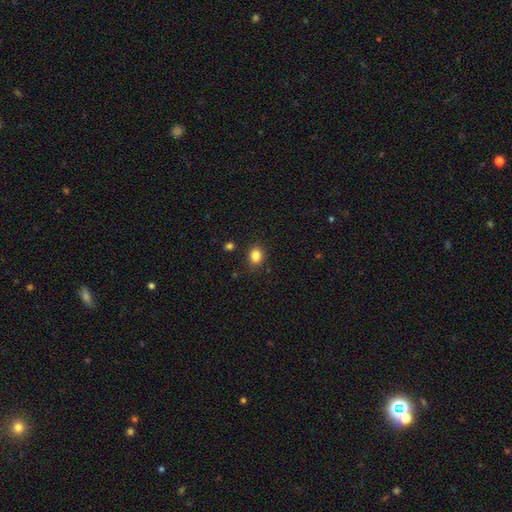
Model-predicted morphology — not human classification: A smooth galaxy with no disk features (84%) that is round (51%).

Vote fractions:
- Smooth or featured? smooth: 84% / star or artifact: 11% / featured or disk: 5%
- How rounded? round: 51% / in between: 48% / cigar-shaped: 1%
- Merging? none: 86% / minor disturbance: 10% / major disturbance: 2% / merger: 2%